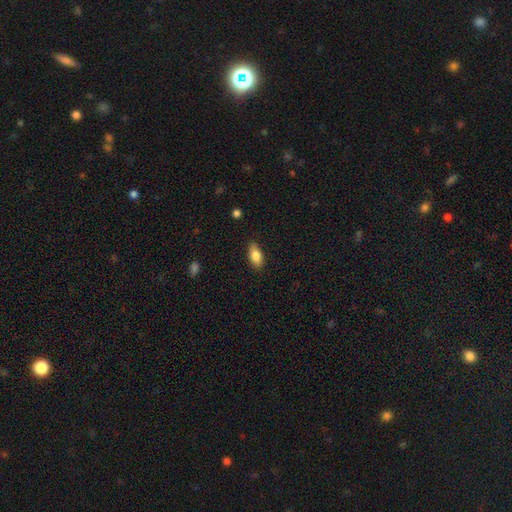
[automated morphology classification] Smooth or featured?
  - smooth: 82% *
  - featured or disk: 11%
  - star or artifact: 7%
How rounded?
  - in between: 87% *
  - cigar-shaped: 9%
  - round: 4%
Merging?
  - none: 85% *
  - minor disturbance: 12%
  - major disturbance: 2%
  - merger: 1%